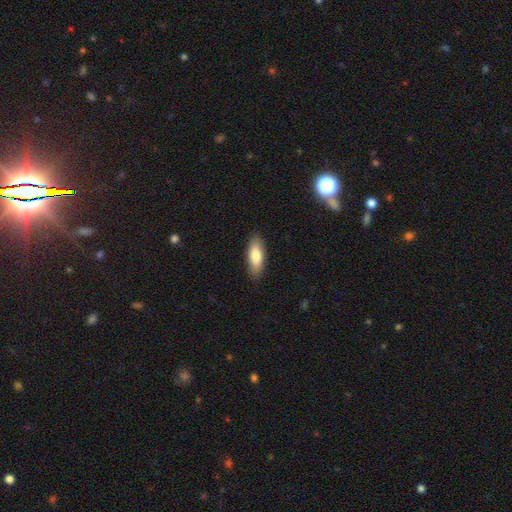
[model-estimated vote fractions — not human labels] This is likely a smooth galaxy (78%). How rounded: likely in between (63%). Merging: clearly none (87%).